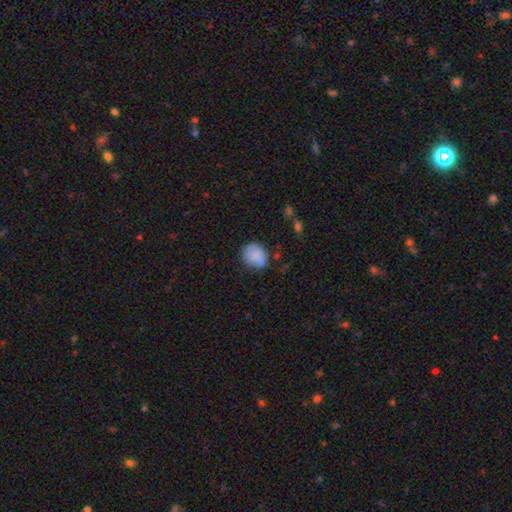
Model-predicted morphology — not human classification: A smooth galaxy with no disk features (83%) that is round (63%). Merging: none (67%).